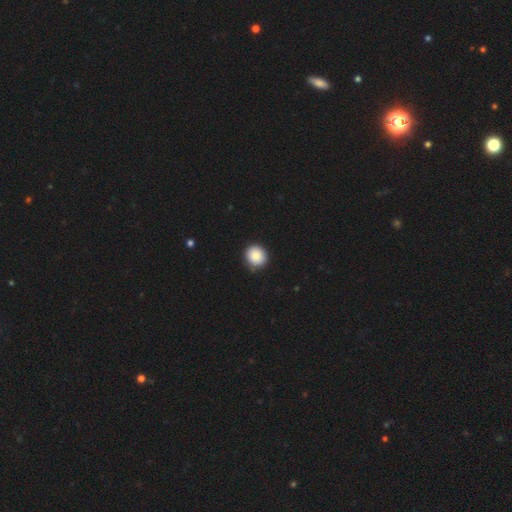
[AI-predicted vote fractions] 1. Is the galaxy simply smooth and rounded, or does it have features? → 85% smooth, 8% star or artifact, 7% featured or disk.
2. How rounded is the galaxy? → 84% round, 15% in between, 1% cigar-shaped.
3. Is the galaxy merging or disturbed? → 86% none, 10% minor disturbance, 2% major disturbance, 1% merger.